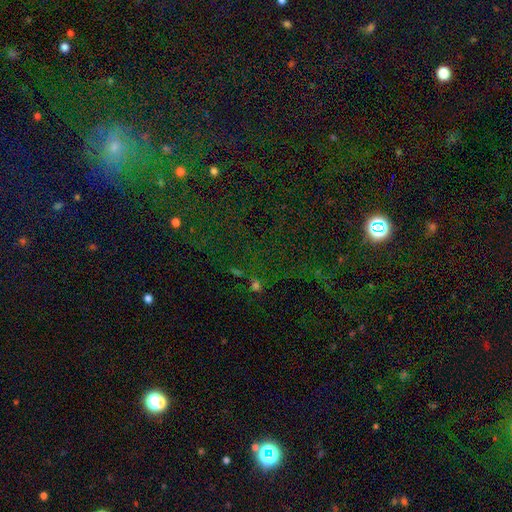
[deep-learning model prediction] smooth_or_featured: star or artifact (p=0.64) [alt: smooth p=0.24]